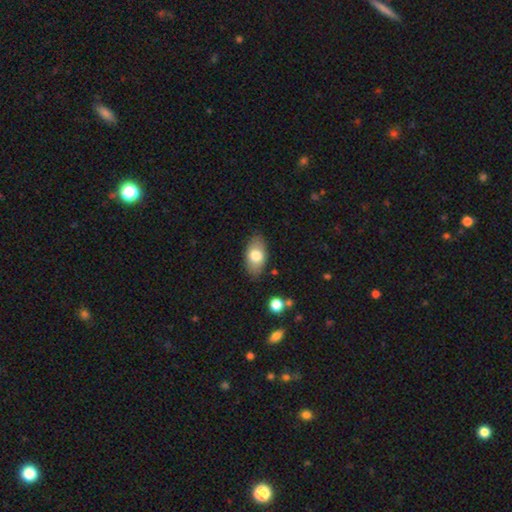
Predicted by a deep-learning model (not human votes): Smooth or featured: smooth — 74% (featured or disk — 19%)
How rounded: in between — 92% (round — 6%)
Merging: none — 82% (minor disturbance — 13%)